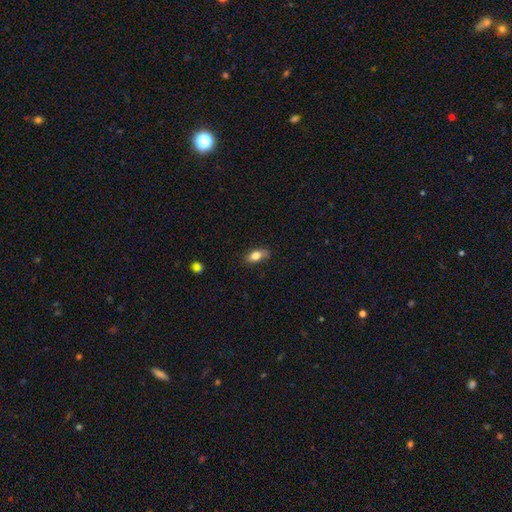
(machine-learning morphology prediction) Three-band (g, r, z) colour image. It shows a smooth galaxy with no disk features (77%) that is in between round and cigar-shaped (82%). Merging: none (75%).